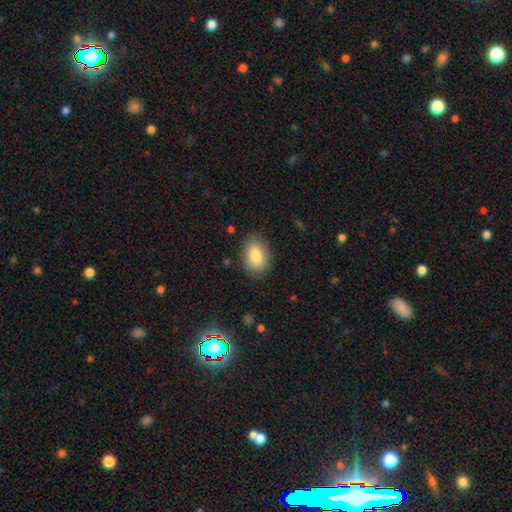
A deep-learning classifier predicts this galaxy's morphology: smooth_or_featured: smooth (p=0.83) [alt: featured or disk p=0.10]
how_rounded: in between (p=0.83) [alt: round p=0.16]
merging: none (p=0.84) [alt: minor disturbance p=0.12]